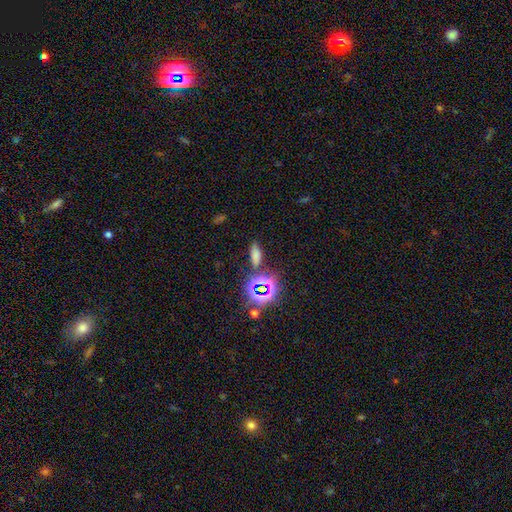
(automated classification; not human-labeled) A smooth galaxy with no disk features (62%) that is in between round and cigar-shaped (74%). Merging: none (74%).